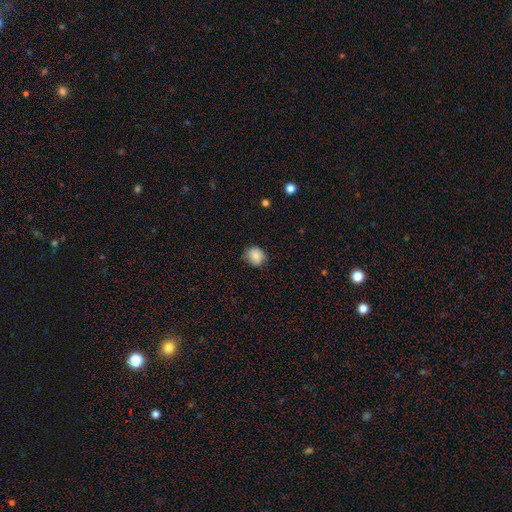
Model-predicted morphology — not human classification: This is clearly a smooth galaxy (82%). How rounded: clearly round (80%). Merging: likely none (71%).